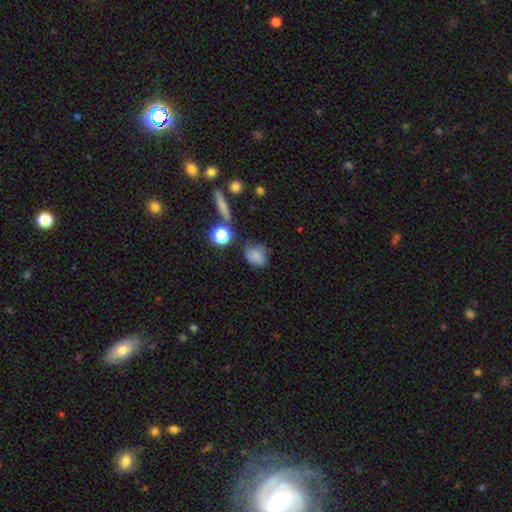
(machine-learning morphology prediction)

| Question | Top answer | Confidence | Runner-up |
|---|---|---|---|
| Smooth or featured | smooth | 77% | star or artifact (13%) |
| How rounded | round | 50% | in between (48%) |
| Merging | none | 60% | minor disturbance (24%) |